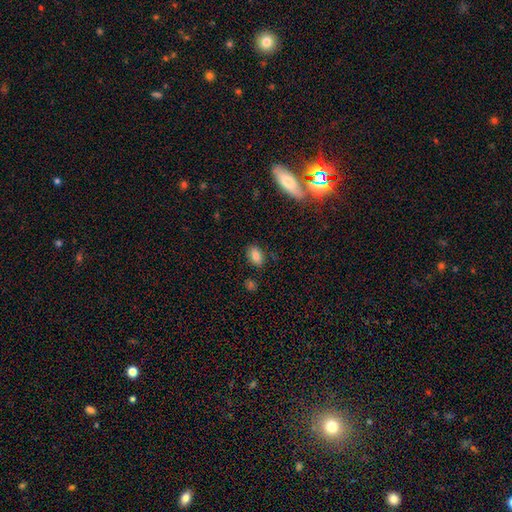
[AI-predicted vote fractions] The model was most divided on "merging": none: 83%, minor disturbance: 12%, major disturbance: 3%, merger: 2%. More confident: how rounded — in between (86%); smooth or featured — smooth (82%).